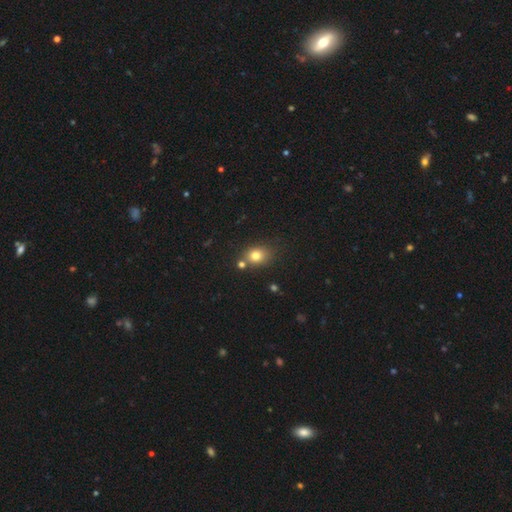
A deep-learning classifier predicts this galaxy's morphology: A smooth galaxy with no disk features (78%) that is round (53%). Merging: none (67%).